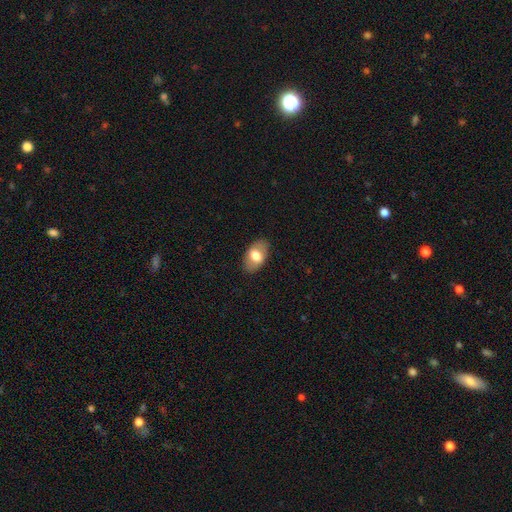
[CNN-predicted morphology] Smooth or featured? smooth (67%)
How rounded? in between (91%)
Merging? none (85%)